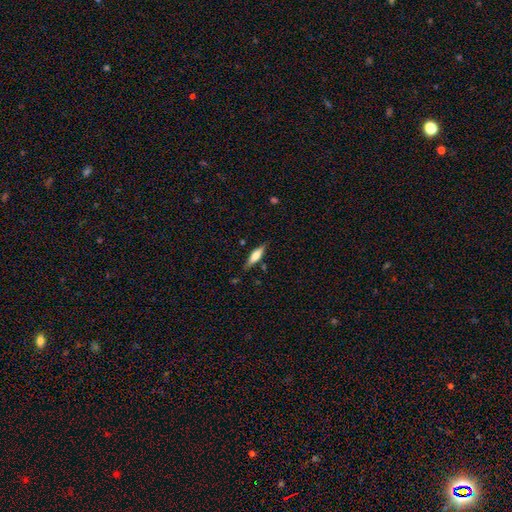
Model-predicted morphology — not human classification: A smooth galaxy with no disk features (56%) that is cigar-shaped (64%). Merging: none (80%).